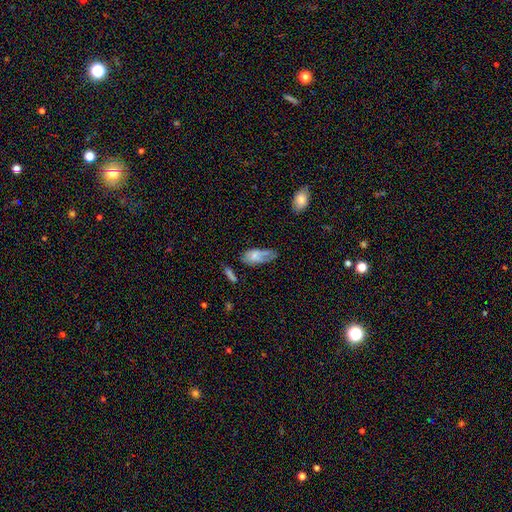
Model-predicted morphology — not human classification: Smooth or featured? Predicted: smooth (p=0.66). How rounded? Predicted: in between (p=0.87). Merging? Predicted: none (p=0.36).